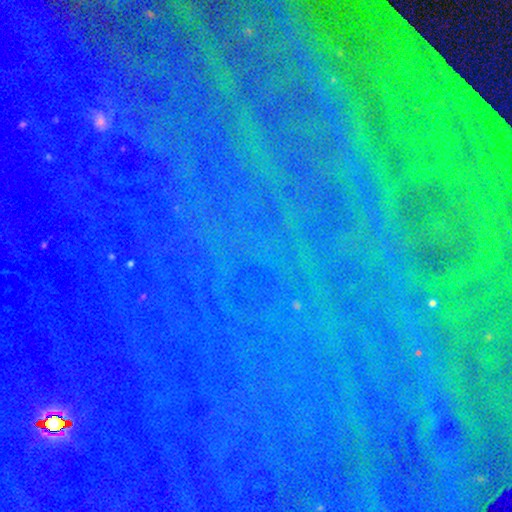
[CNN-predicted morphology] A star or artifact, not a galaxy (84%).

Vote fractions:
- Smooth or featured? star or artifact: 84% / smooth: 9% / featured or disk: 8%